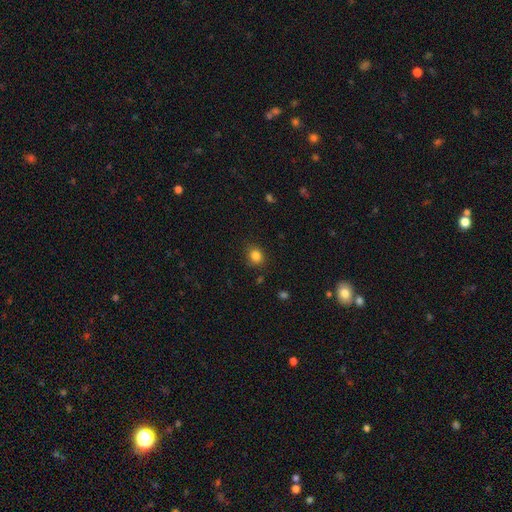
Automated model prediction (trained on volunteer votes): smooth_or_featured: smooth (p=0.83) [alt: star or artifact p=0.12]
how_rounded: round (p=0.61) [alt: in between p=0.38]
merging: none (p=0.84) [alt: minor disturbance p=0.11]